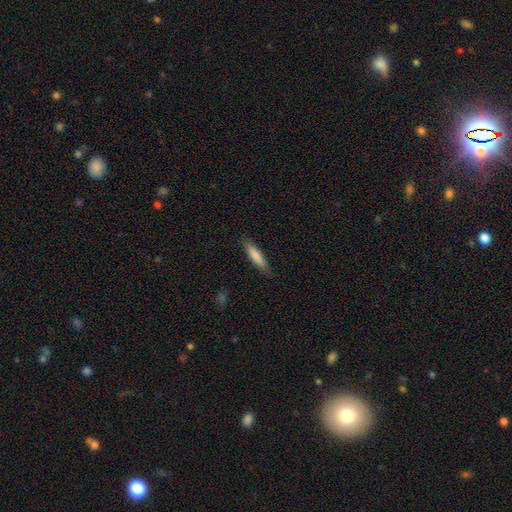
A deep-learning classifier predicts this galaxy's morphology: smooth-or-featured: smooth: 79% | featured or disk: 16% | star or artifact: 6%
  how-rounded: cigar-shaped: 81% | in between: 18% | round: 1%
  merging: none: 85% | minor disturbance: 12% | major disturbance: 2% | merger: 1%